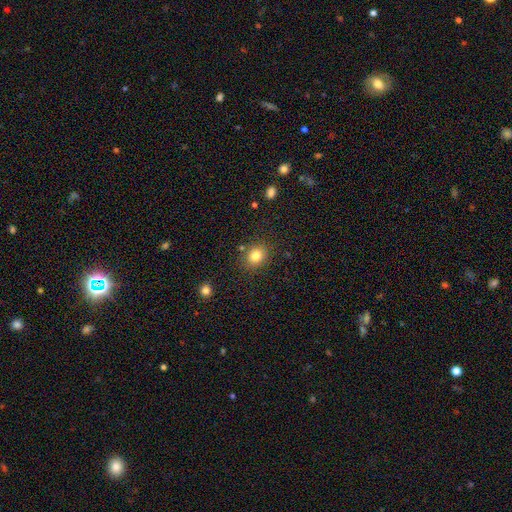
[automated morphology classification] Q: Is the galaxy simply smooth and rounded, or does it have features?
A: smooth — 81%.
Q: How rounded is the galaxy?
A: round — 64%.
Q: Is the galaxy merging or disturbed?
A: none — 83%.